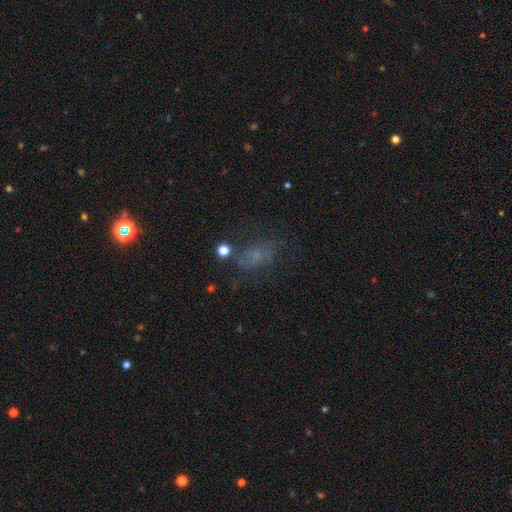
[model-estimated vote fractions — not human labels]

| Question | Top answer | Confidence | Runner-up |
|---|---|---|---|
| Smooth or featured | smooth | 42% | featured or disk (31%) |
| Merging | none | 47% | major disturbance (27%) |